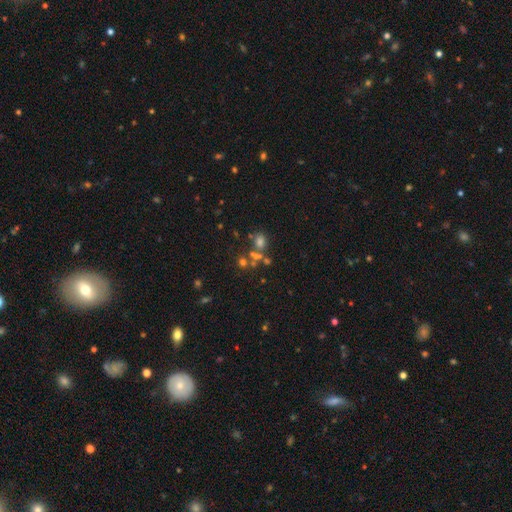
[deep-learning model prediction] Morphology: type=star or artifact (44%).